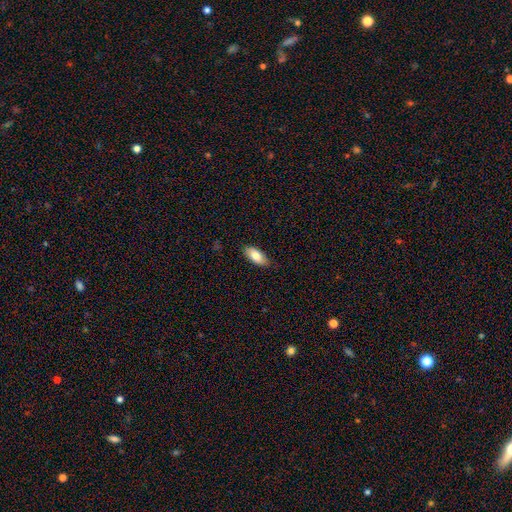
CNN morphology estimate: The model was most divided on "smooth or featured": smooth: 80%, featured or disk: 14%, star or artifact: 6%. More confident: how rounded — in between (88%); merging — none (85%).